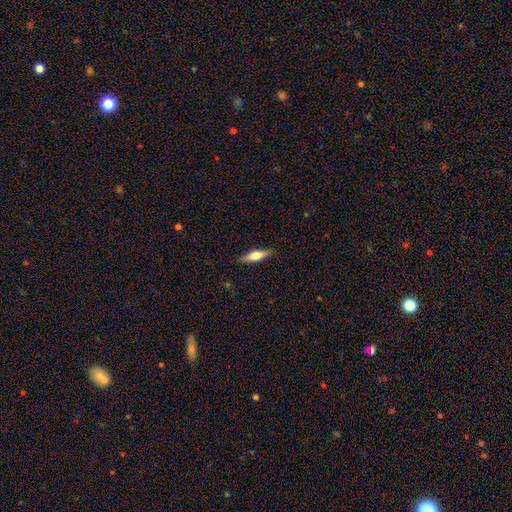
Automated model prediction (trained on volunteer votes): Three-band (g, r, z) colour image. It shows a smooth galaxy with no disk features (55%) that is cigar-shaped (60%). Merging: none (88%).